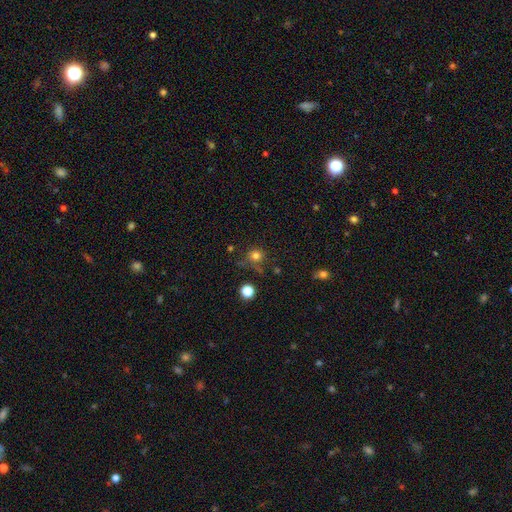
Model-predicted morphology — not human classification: Overall: smooth (76%). How rounded: round (88%). Merging: none (70%).